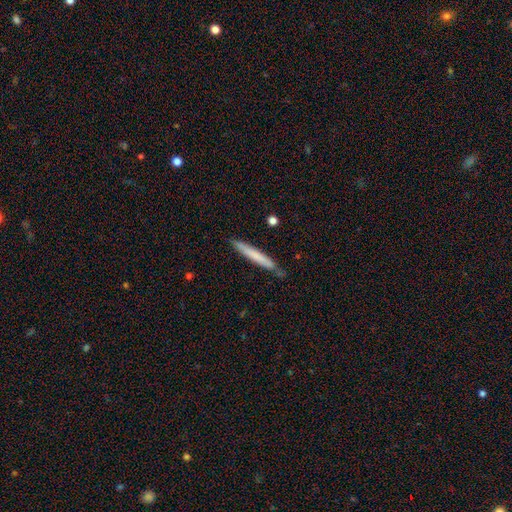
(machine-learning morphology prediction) This is likely a smooth galaxy (66%). How rounded: clearly cigar-shaped (96%). Merging: clearly none (81%).